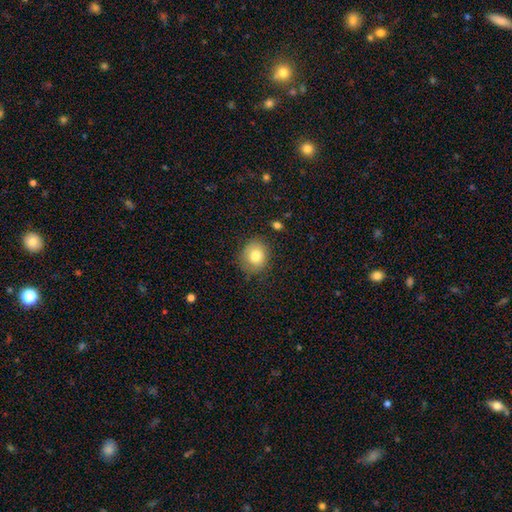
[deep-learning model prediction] Q: Smooth or featured?
A: smooth (80%); runner-up: featured or disk (11%)
Q: How rounded?
A: round (70%); runner-up: in between (29%)
Q: Merging?
A: none (79%); runner-up: minor disturbance (16%)